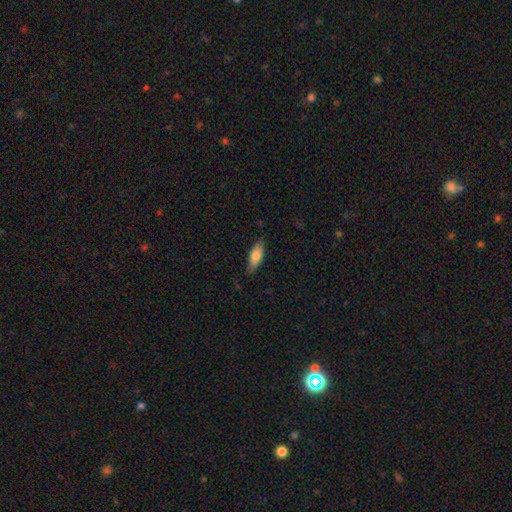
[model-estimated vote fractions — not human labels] smooth 78%, featured or disk 17%, star or artifact 6%. Down the decision tree: how rounded — in between (71%); merging — none (78%).